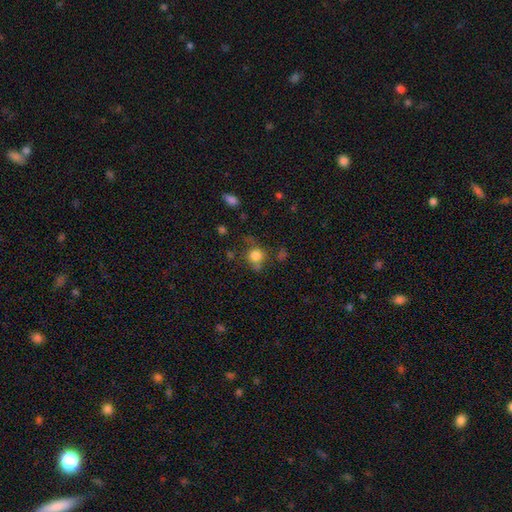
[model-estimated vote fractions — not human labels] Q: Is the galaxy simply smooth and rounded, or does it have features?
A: smooth — 78%.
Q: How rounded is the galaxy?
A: round — 86%.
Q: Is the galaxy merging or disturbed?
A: none — 62%.